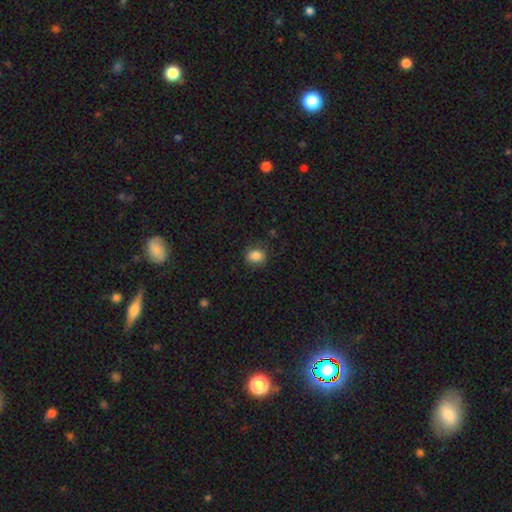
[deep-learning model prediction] Smooth or featured: smooth — 85% (star or artifact — 10%)
How rounded: round — 59% (in between — 40%)
Merging: none — 82% (minor disturbance — 14%)